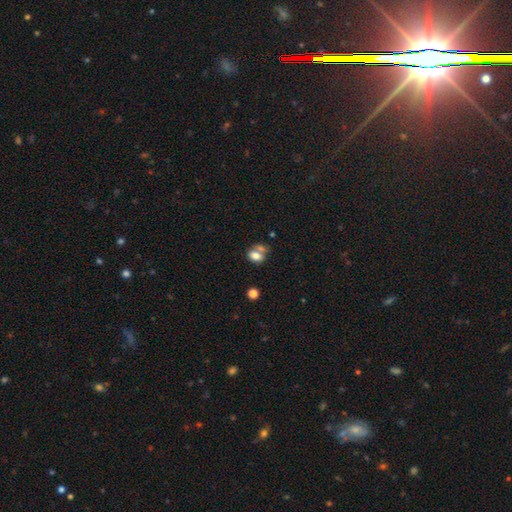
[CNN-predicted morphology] Smooth or featured: smooth — 76% (featured or disk — 14%)
How rounded: in between — 75% (round — 23%)
Merging: merger — 47% (none — 34%)